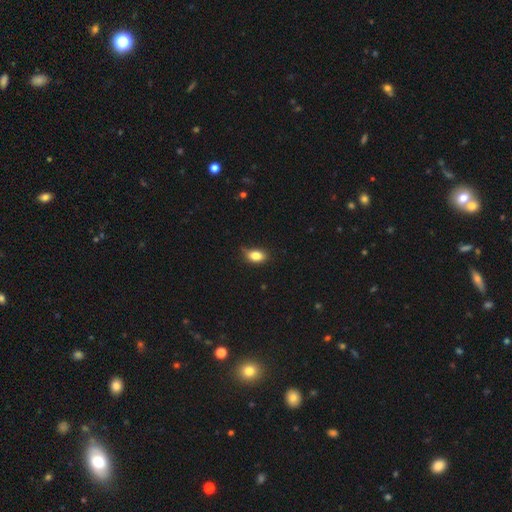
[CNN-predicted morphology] Smooth or featured?
  - smooth: 83% *
  - star or artifact: 9%
  - featured or disk: 8%
How rounded?
  - in between: 84% *
  - round: 13%
  - cigar-shaped: 3%
Merging?
  - none: 67% *
  - minor disturbance: 27%
  - major disturbance: 4%
  - merger: 2%